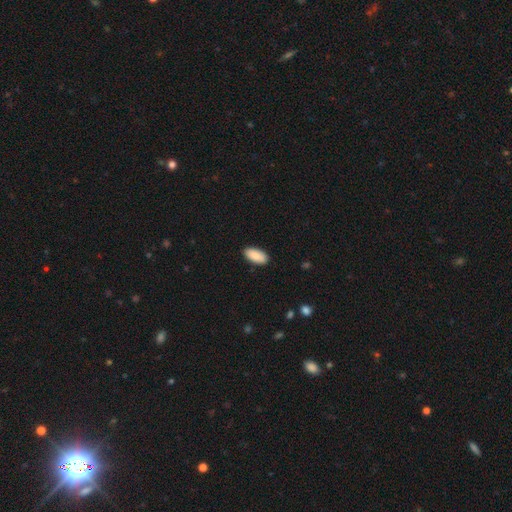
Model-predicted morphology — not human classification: smooth_or_featured: smooth (p=0.90) [alt: star or artifact p=0.06]
how_rounded: in between (p=0.93) [alt: cigar-shaped p=0.05]
merging: none (p=0.89) [alt: minor disturbance p=0.08]